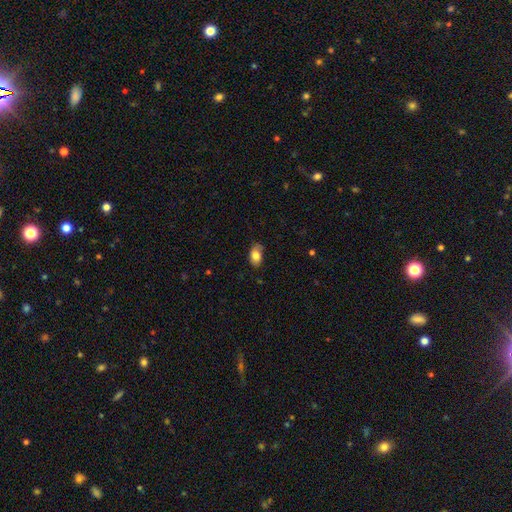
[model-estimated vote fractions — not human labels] Smooth or featured? Predicted: smooth (p=0.79). How rounded? Predicted: in between (p=0.90). Merging? Predicted: none (p=0.71).